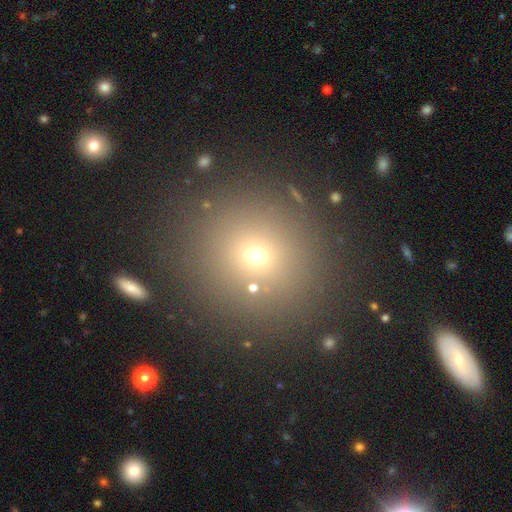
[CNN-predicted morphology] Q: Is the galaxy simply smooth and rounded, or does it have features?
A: smooth — 64%.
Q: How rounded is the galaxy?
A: round — 92%.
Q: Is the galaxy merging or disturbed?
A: none — 85%.